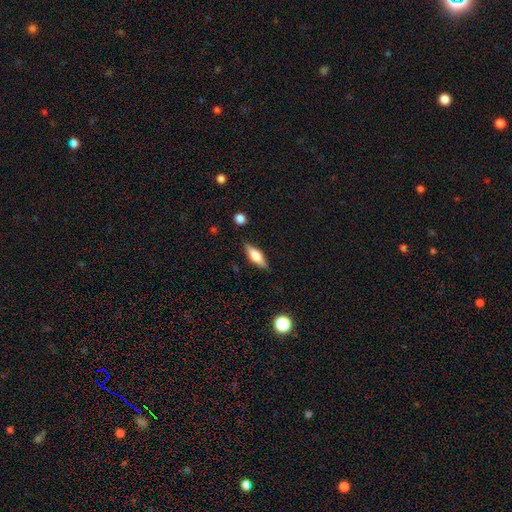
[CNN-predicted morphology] Smooth or featured? smooth (55%)
How rounded? in between (55%)
Merging? none (85%)